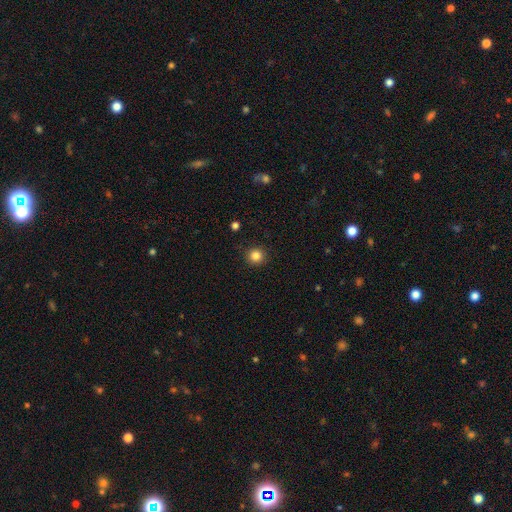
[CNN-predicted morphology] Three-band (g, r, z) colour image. It shows a smooth galaxy with no disk features (84%) that is round (94%). Merging: none (91%).